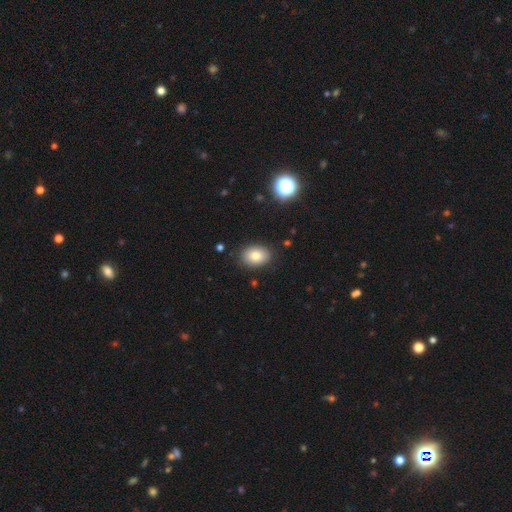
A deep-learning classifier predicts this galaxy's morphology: smooth_or_featured: smooth (p=0.81) [alt: star or artifact p=0.10]
how_rounded: in between (p=0.76) [alt: round p=0.23]
merging: none (p=0.87) [alt: minor disturbance p=0.09]